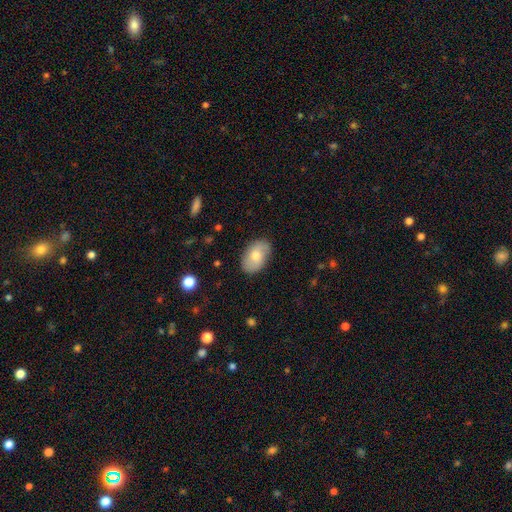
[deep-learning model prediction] Smooth or featured? smooth (64%)
How rounded? in between (89%)
Merging? none (83%)